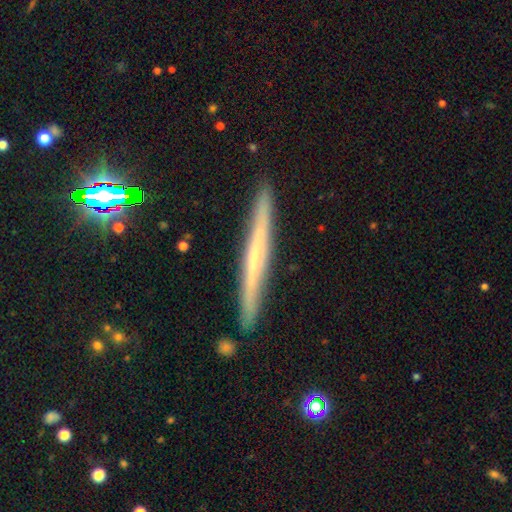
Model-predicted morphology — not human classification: This appears to be a featured or disk galaxy (56%) viewed edge-on (96%) with no central bulge (71%). Merging: none (90%).